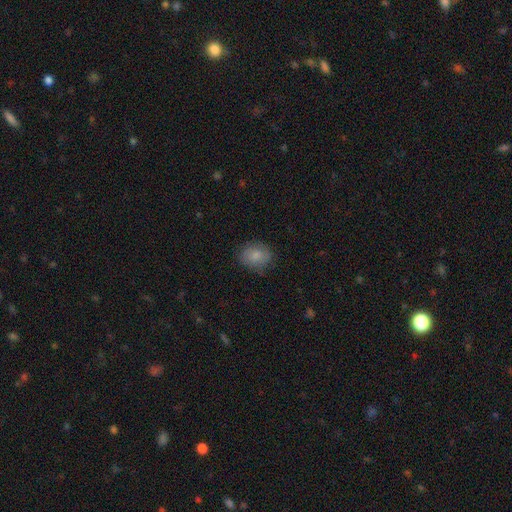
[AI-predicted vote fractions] smooth-or-featured: smooth: 81% | featured or disk: 12% | star or artifact: 8%
  how-rounded: round: 60% | in between: 39% | cigar-shaped: 1%
  merging: none: 78% | minor disturbance: 17% | major disturbance: 4% | merger: 1%